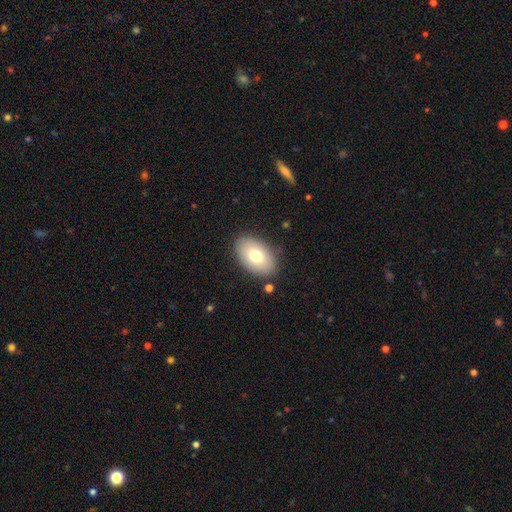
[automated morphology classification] This appears to be a smooth galaxy with no disk features (75%) that is in between round and cigar-shaped (91%). Merging: none (85%).